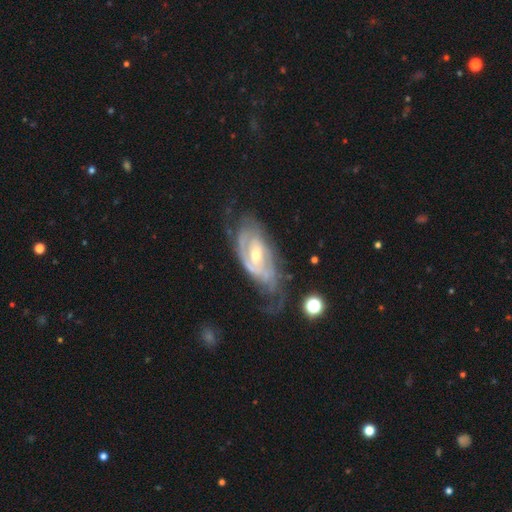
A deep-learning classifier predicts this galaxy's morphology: Smooth or featured?
  - featured or disk: 87% *
  - smooth: 8%
  - star or artifact: 5%
Edge-on disk?
  - no: 94% *
  - yes: 6%
Bar?
  - weak: 44% *
  - no: 39%
  - strong: 18%
Spiral arms?
  - yes: 95% *
  - no: 5%
Spiral winding?
  - tight: 61% *
  - medium: 30%
  - loose: 8%
Spiral arm count?
  - 2: 44% *
  - can't tell: 29%
  - 3: 14%
  - 1: 6%
  - 4: 4%
  - more than 4: 3%
Bulge size?
  - moderate: 53% *
  - small: 43%
  - large: 3%
  - none: 1%
  - dominant: 1%
Merging?
  - none: 54% *
  - minor disturbance: 25%
  - major disturbance: 18%
  - merger: 3%